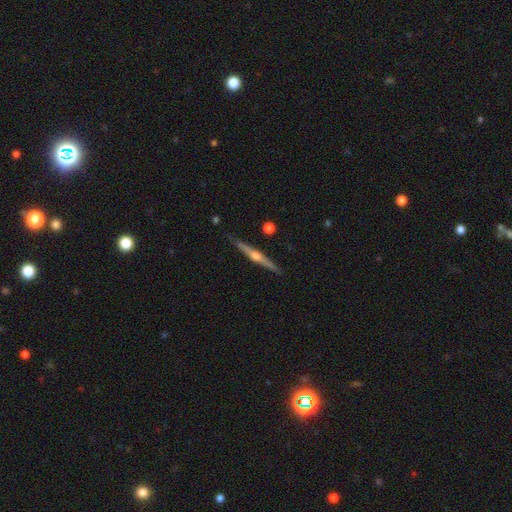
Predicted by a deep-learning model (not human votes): Morphology: type=featured or disk (81%); edge-on=yes (98%); edge-on bulge=rounded (92%); merging=none (90%).